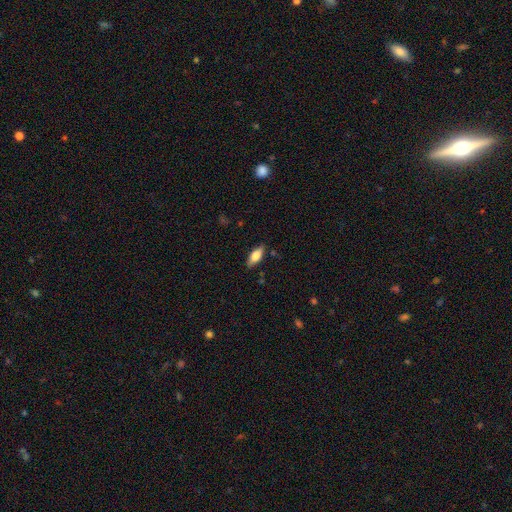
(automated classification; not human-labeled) smooth_or_featured: smooth (p=0.67) [alt: featured or disk p=0.27]
how_rounded: in between (p=0.73) [alt: cigar-shaped p=0.25]
merging: none (p=0.84) [alt: minor disturbance p=0.12]